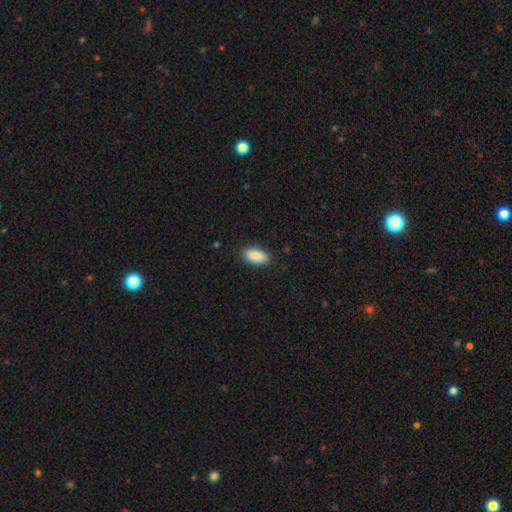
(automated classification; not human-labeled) smooth-or-featured: smooth: 89% | star or artifact: 7% | featured or disk: 5%
  how-rounded: in between: 93% | cigar-shaped: 4% | round: 3%
  merging: none: 87% | minor disturbance: 10% | major disturbance: 2% | merger: 1%